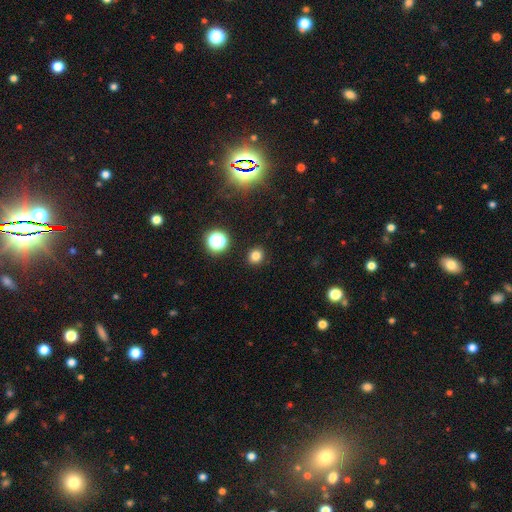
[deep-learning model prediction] This is likely a smooth galaxy (79%). How rounded: clearly round (87%). Merging: clearly none (91%).